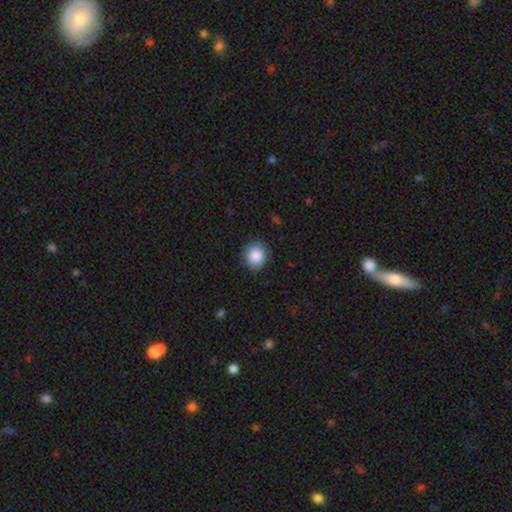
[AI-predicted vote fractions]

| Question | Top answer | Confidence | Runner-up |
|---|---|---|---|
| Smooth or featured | smooth | 88% | star or artifact (8%) |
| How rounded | round | 83% | in between (16%) |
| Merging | none | 88% | minor disturbance (9%) |